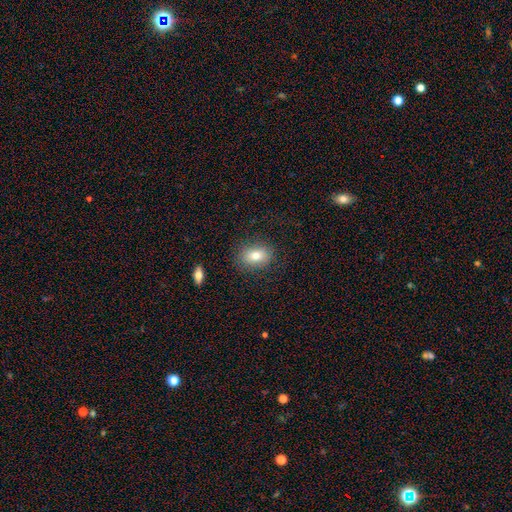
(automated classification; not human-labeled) smooth 78%, featured or disk 13%, star or artifact 9%. Down the decision tree: how rounded — in between (79%); merging — none (84%).